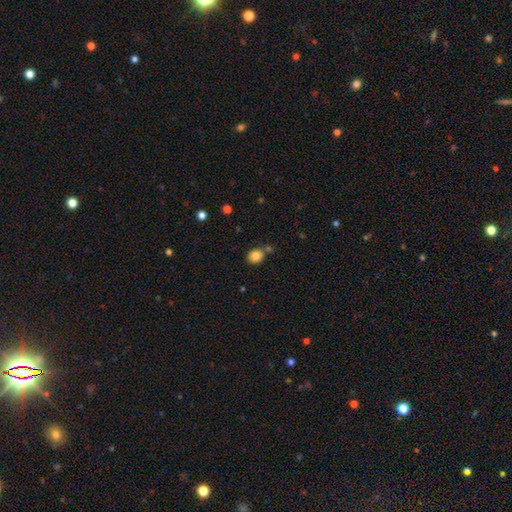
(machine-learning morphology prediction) Smooth or featured?
  - smooth: 82% *
  - star or artifact: 10%
  - featured or disk: 8%
How rounded?
  - round: 67% *
  - in between: 32%
  - cigar-shaped: 1%
Merging?
  - none: 66% *
  - merger: 16%
  - minor disturbance: 14%
  - major disturbance: 4%